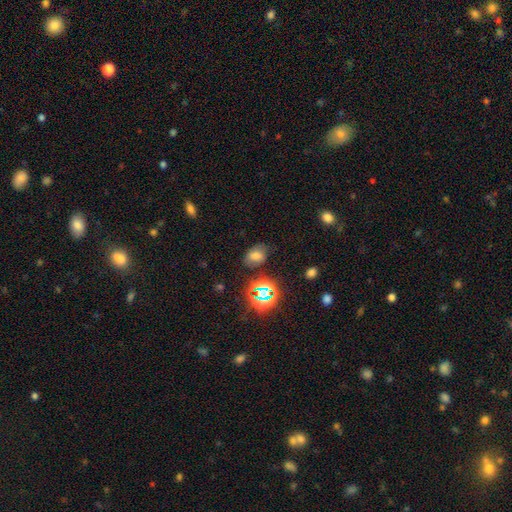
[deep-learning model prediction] Smooth or featured?
  - smooth: 56% *
  - star or artifact: 29%
  - featured or disk: 15%
How rounded?
  - in between: 78% *
  - round: 21%
  - cigar-shaped: 2%
Merging?
  - none: 74% *
  - minor disturbance: 17%
  - major disturbance: 6%
  - merger: 3%